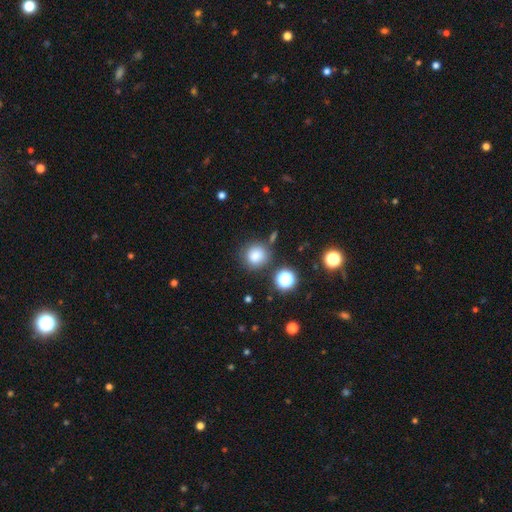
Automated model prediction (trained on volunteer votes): Smooth or featured? Predicted: smooth (p=0.81). How rounded? Predicted: round (p=0.88). Merging? Predicted: none (p=0.77).